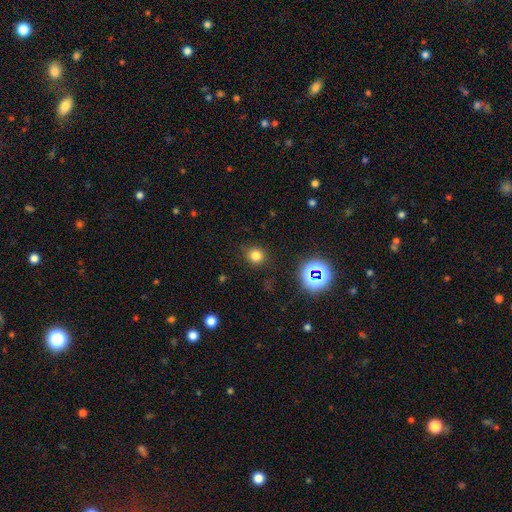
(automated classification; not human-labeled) A smooth galaxy with no disk features (76%) that is round (88%). Merging: none (86%).